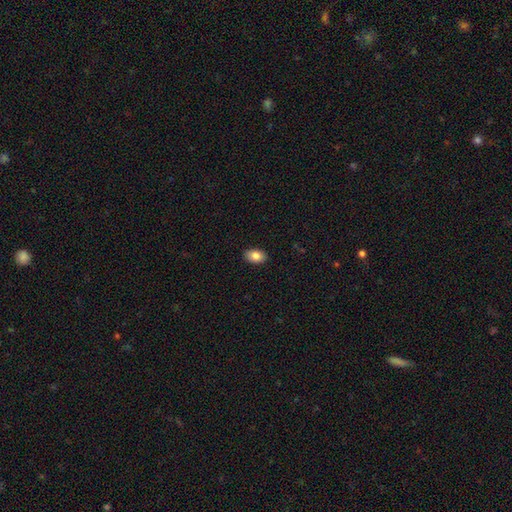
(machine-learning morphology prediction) smooth-or-featured: smooth: 84% | featured or disk: 9% | star or artifact: 8%
  how-rounded: in between: 89% | round: 10% | cigar-shaped: 1%
  merging: none: 90% | minor disturbance: 7% | major disturbance: 2% | merger: 1%